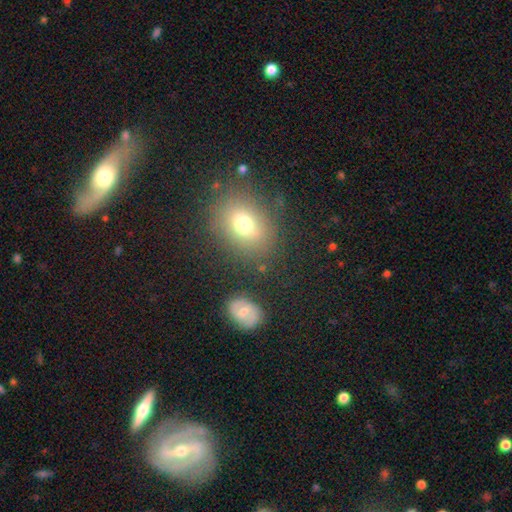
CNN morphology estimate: This appears to be a smooth galaxy with no disk features (56%) that is in between round and cigar-shaped (54%). Merging: none (80%).